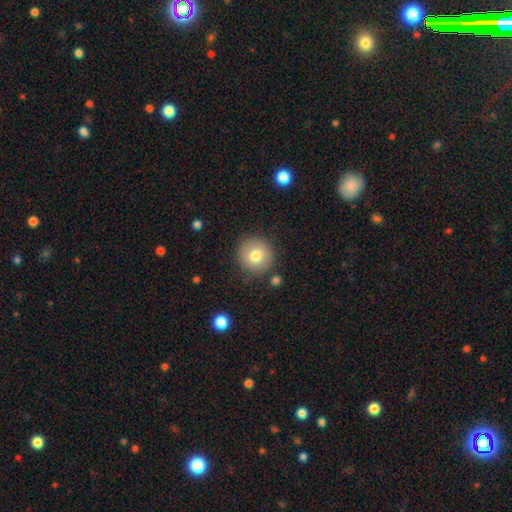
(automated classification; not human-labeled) A smooth galaxy with no disk features (78%) that is round (93%). Merging: none (85%).